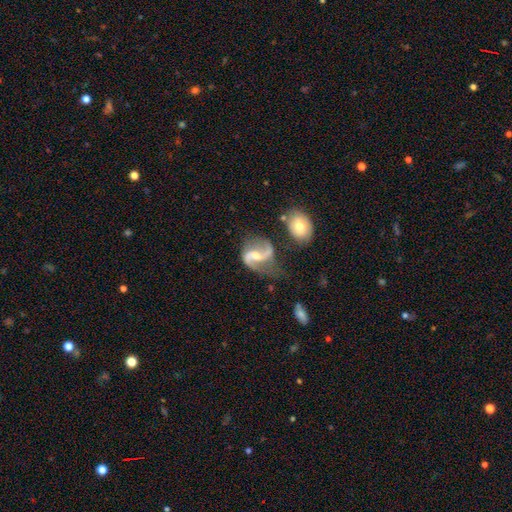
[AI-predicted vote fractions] A featured or disk galaxy (89%) with a weak bar (44%), 2 (92%) loose (60%) spiral arms (97%) and a moderate central bulge (47%).

Vote fractions:
- Smooth or featured? featured or disk: 89% / smooth: 6% / star or artifact: 5%
- Edge-on disk? no: 98% / yes: 2%
- Bar? weak: 44% / strong: 29% / no: 28%
- Spiral arms? yes: 97% / no: 3%
- Spiral winding? loose: 60% / medium: 35% / tight: 6%
- Spiral arm count? 2: 92% / 1: 3% / can't tell: 2% / 3: 1% / 4: 1% / more than 4: 1%
- Bulge size? moderate: 47% / small: 45% / none: 4% / large: 3% / dominant: 1%
- Merging? none: 61% / minor disturbance: 19% / major disturbance: 13% / merger: 7%